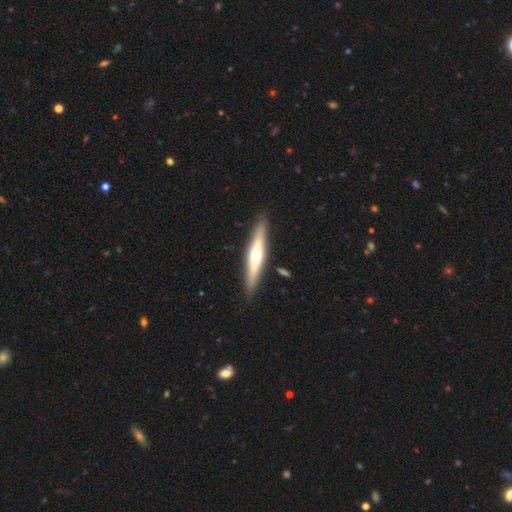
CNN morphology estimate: A featured or disk galaxy (62%) viewed edge-on (92%) with a rounded central bulge (88%). Merging: none (89%).